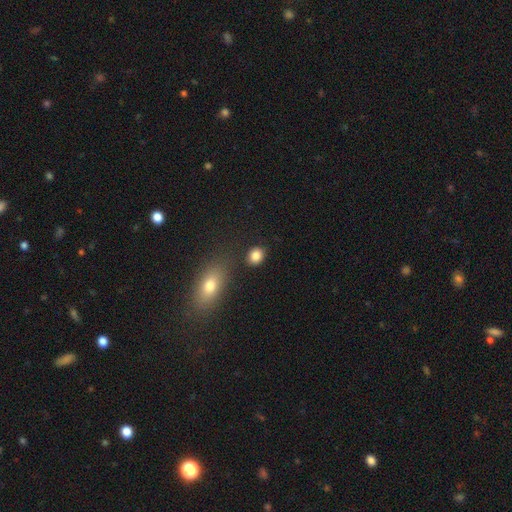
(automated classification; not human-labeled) The model was most divided on "how rounded": round: 57%, in between: 41%, cigar-shaped: 2%. More confident: smooth or featured — smooth (85%); merging — none (81%).